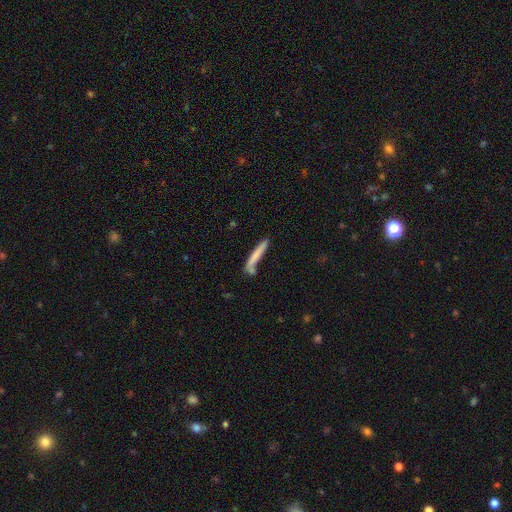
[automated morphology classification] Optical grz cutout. It shows a smooth galaxy with no disk features (72%) that is cigar-shaped (94%). Merging: none (66%).